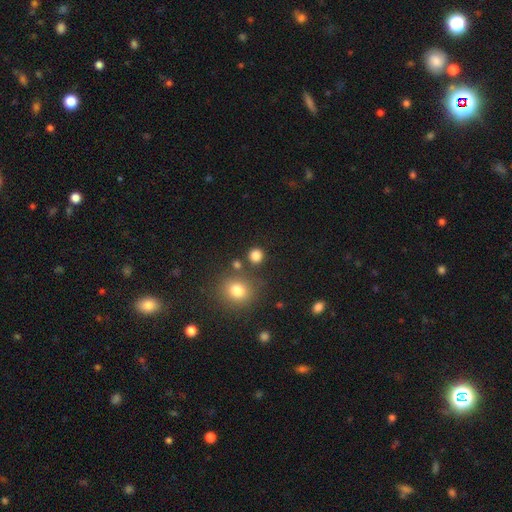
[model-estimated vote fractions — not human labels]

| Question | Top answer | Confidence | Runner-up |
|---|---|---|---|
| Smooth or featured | smooth | 82% | star or artifact (14%) |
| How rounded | round | 91% | in between (8%) |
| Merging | none | 84% | minor disturbance (7%) |